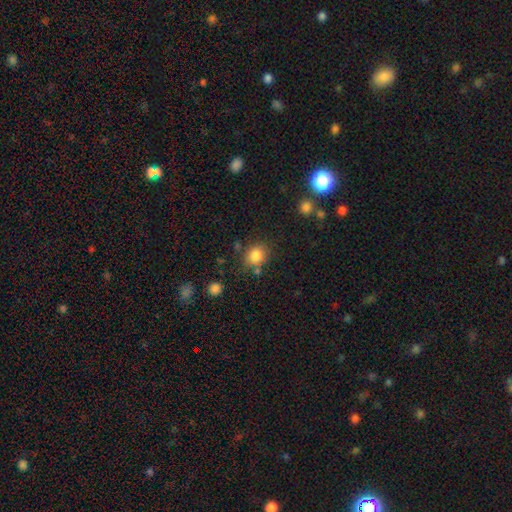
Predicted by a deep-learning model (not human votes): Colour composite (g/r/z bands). It shows a smooth galaxy with no disk features (84%) that is round (67%). Merging: none (73%).